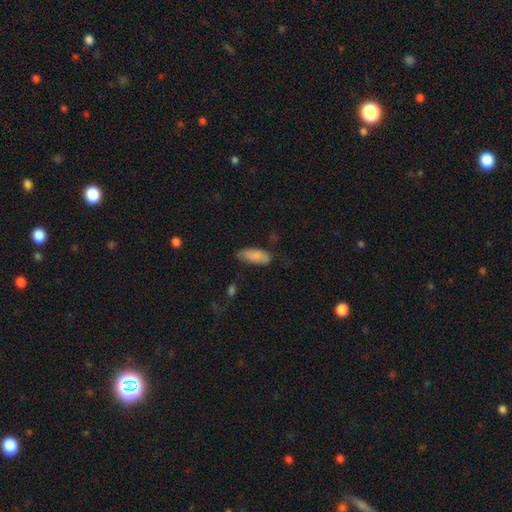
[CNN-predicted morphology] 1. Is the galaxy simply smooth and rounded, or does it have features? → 86% smooth, 8% featured or disk, 6% star or artifact.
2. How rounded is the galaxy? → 79% in between, 19% cigar-shaped, 2% round.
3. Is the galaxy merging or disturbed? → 69% none, 23% minor disturbance, 6% major disturbance, 3% merger.